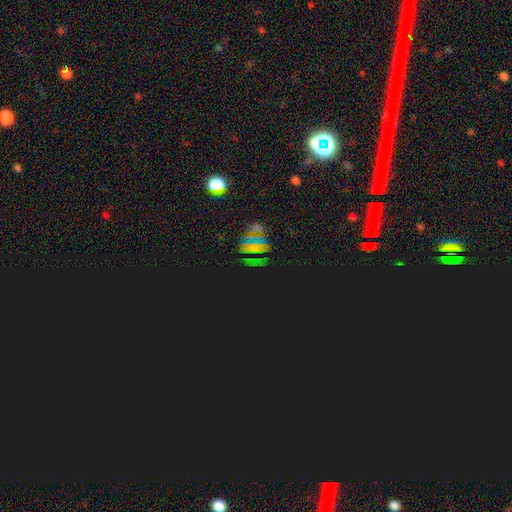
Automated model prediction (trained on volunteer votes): smooth-or-featured: star or artifact: 69% | smooth: 19% | featured or disk: 13%